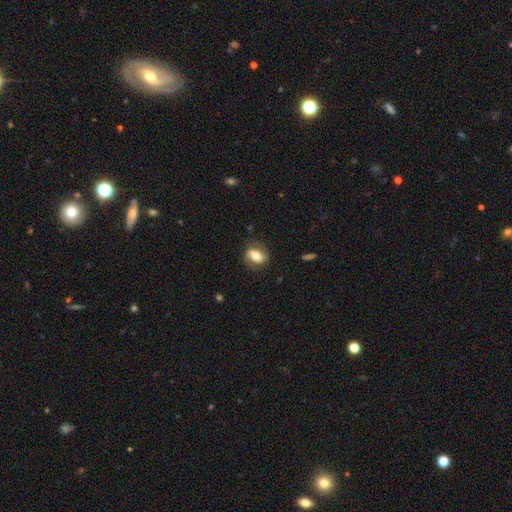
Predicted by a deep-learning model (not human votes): Smooth or featured?
  - smooth: 62% *
  - featured or disk: 30%
  - star or artifact: 8%
How rounded?
  - in between: 74% *
  - round: 23%
  - cigar-shaped: 3%
Merging?
  - none: 76% *
  - minor disturbance: 17%
  - major disturbance: 6%
  - merger: 1%